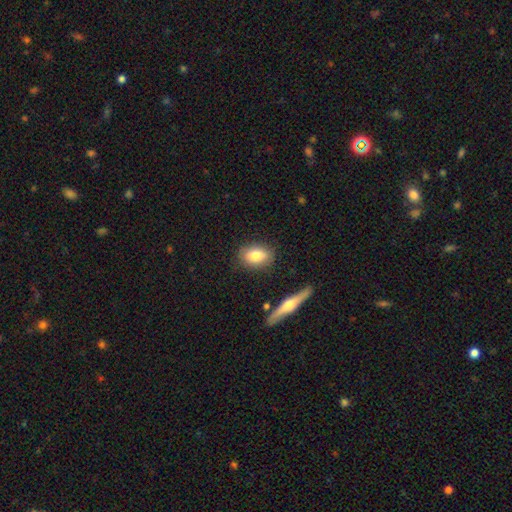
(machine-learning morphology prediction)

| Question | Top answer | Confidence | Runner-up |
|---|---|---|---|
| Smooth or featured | smooth | 81% | featured or disk (12%) |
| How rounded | in between | 79% | round (17%) |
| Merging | none | 84% | minor disturbance (11%) |